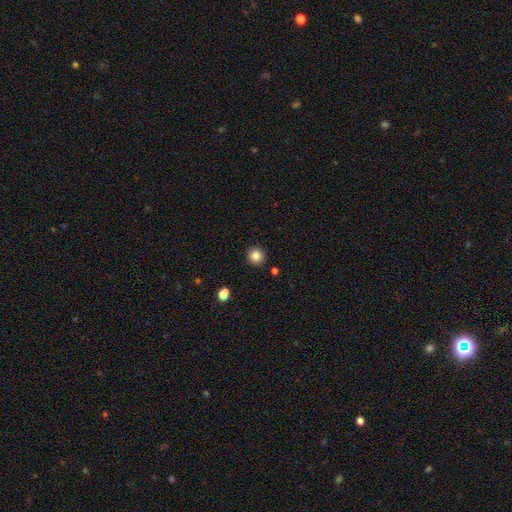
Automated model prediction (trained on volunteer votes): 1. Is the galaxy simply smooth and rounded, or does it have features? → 83% smooth, 11% star or artifact, 5% featured or disk.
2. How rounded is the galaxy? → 93% round, 6% in between, 1% cigar-shaped.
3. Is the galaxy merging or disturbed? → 90% none, 6% minor disturbance, 2% merger, 2% major disturbance.